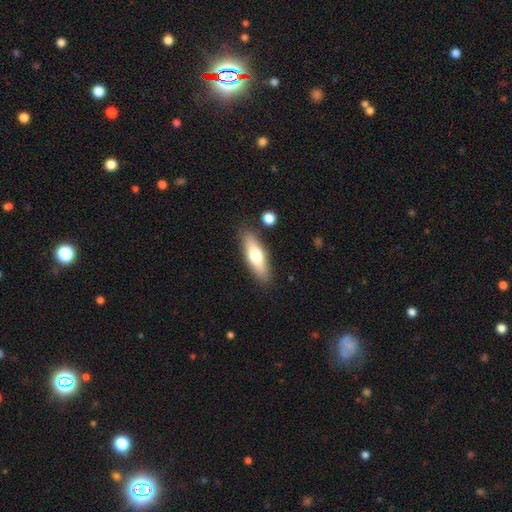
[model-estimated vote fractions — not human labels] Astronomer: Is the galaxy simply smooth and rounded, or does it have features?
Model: smooth — 62%.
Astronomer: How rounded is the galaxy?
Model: cigar-shaped — 52% (runner-up: in between, 46%).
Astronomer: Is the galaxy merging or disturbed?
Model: none — 86%.